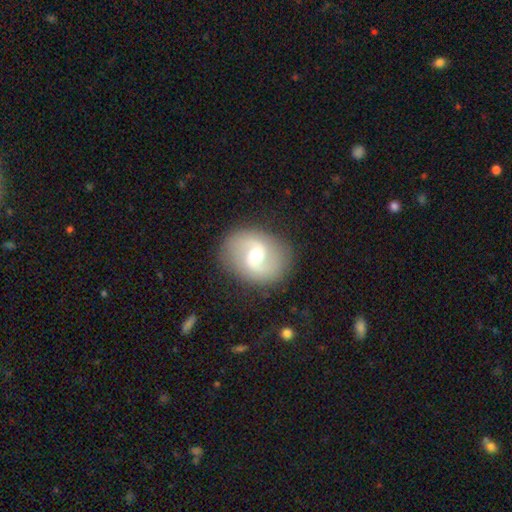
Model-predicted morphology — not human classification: Overall: featured or disk (77%). Edge-on disk: no (98%). Bar: weak (53%; no 33%). Spiral arms: yes (92%). Spiral arm count: 2 (91%). Spiral winding: medium (47%; loose 37%). Bulge size: moderate (68%). Merging: none (85%).